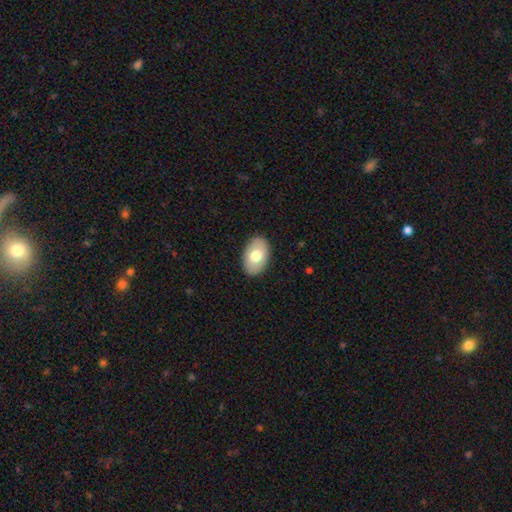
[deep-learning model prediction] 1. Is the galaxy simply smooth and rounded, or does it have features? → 73% smooth, 21% featured or disk, 6% star or artifact.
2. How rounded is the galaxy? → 91% in between, 8% round, 1% cigar-shaped.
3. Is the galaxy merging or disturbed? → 88% none, 9% minor disturbance, 2% major disturbance, 1% merger.